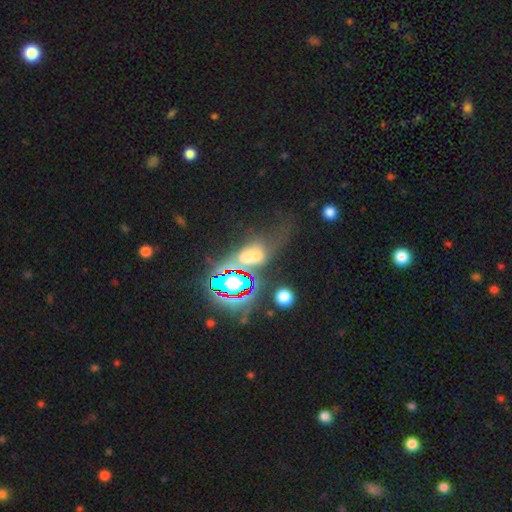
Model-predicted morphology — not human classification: Overall: smooth (43%; star or artifact 32%). Merging: none (30%; major disturbance 29%).